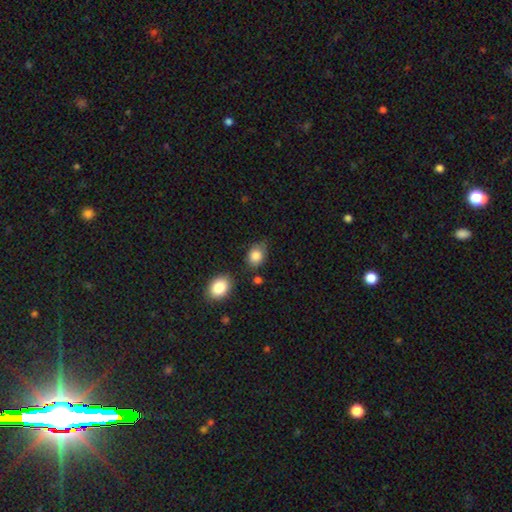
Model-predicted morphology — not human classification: A smooth galaxy with no disk features (85%) that is in between round and cigar-shaped (60%). Merging: none (61%).